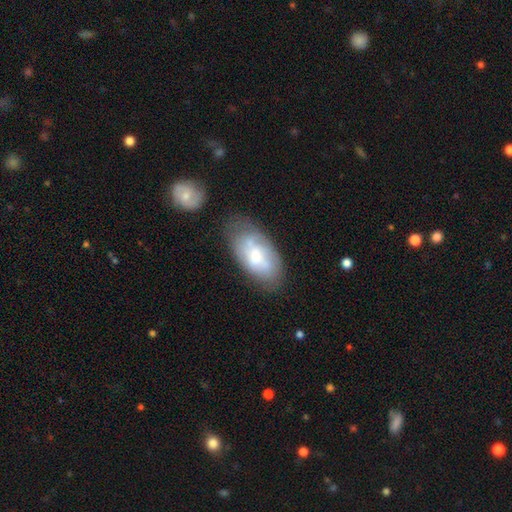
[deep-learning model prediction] smooth_or_featured: smooth (p=0.48) [alt: featured or disk p=0.45]
merging: none (p=0.59) [alt: minor disturbance p=0.25]